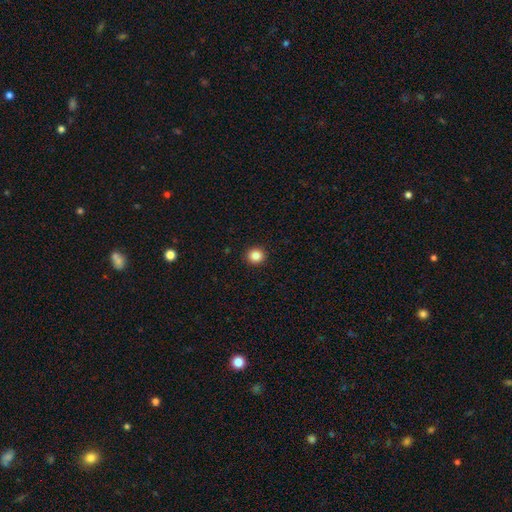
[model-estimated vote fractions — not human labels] A smooth galaxy with no disk features (86%) that is round (91%). Merging: none (93%).